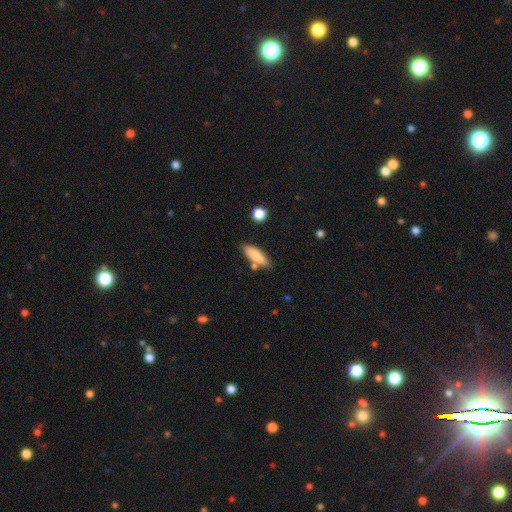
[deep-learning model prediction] Morphology: type=smooth (80%); roundness=in between (57%); merging=none (73%).